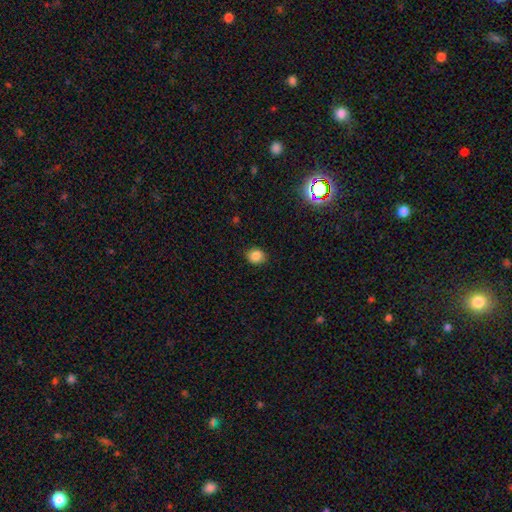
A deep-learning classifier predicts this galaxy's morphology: smooth-or-featured: smooth: 84% | star or artifact: 11% | featured or disk: 5%
  how-rounded: round: 74% | in between: 25% | cigar-shaped: 1%
  merging: none: 89% | minor disturbance: 8% | major disturbance: 2% | merger: 1%